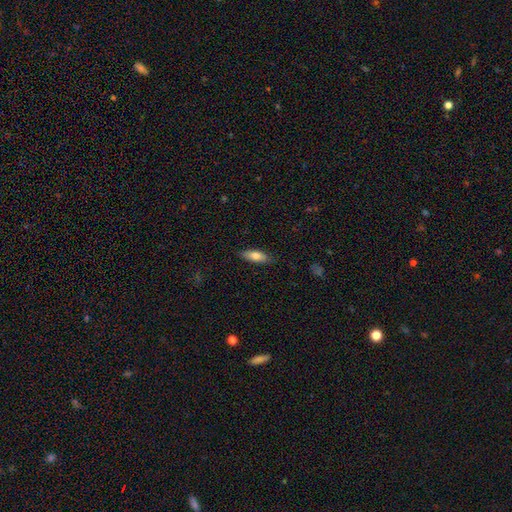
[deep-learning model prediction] A smooth galaxy with no disk features (76%) that is in between round and cigar-shaped (67%).

Vote fractions:
- Smooth or featured? smooth: 76% / featured or disk: 17% / star or artifact: 6%
- How rounded? in between: 67% / cigar-shaped: 31% / round: 2%
- Merging? none: 85% / minor disturbance: 12% / major disturbance: 2% / merger: 1%